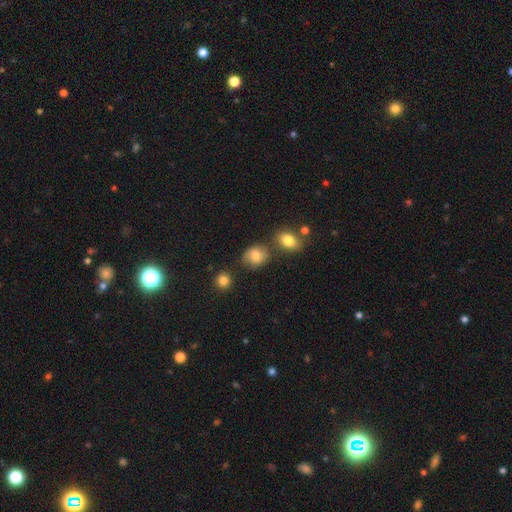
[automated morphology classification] smooth-or-featured: smooth: 80% | star or artifact: 10% | featured or disk: 10%
  how-rounded: round: 57% | in between: 41% | cigar-shaped: 1%
  merging: none: 67% | minor disturbance: 19% | merger: 9% | major disturbance: 5%